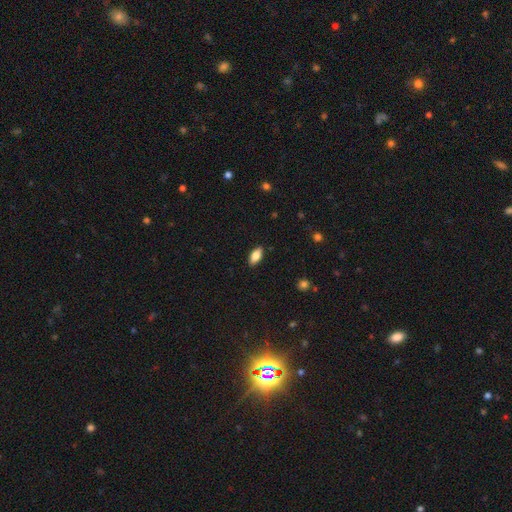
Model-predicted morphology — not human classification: Q: Smooth or featured?
A: smooth (80%); runner-up: featured or disk (13%)
Q: How rounded?
A: in between (87%); runner-up: cigar-shaped (11%)
Q: Merging?
A: none (89%); runner-up: minor disturbance (8%)